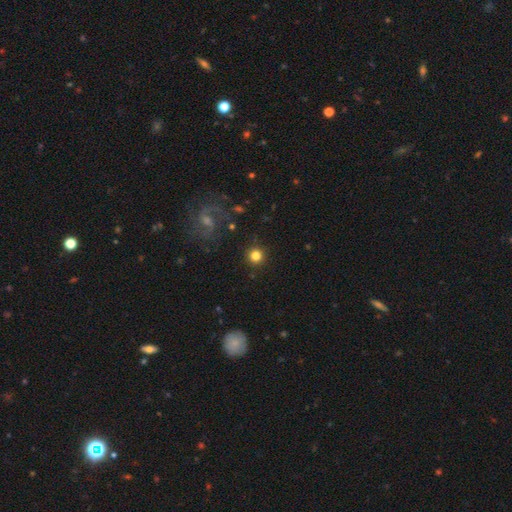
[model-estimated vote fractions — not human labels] The model was most divided on "smooth or featured": smooth: 79%, star or artifact: 12%, featured or disk: 9%. More confident: how rounded — round (95%); merging — none (91%).